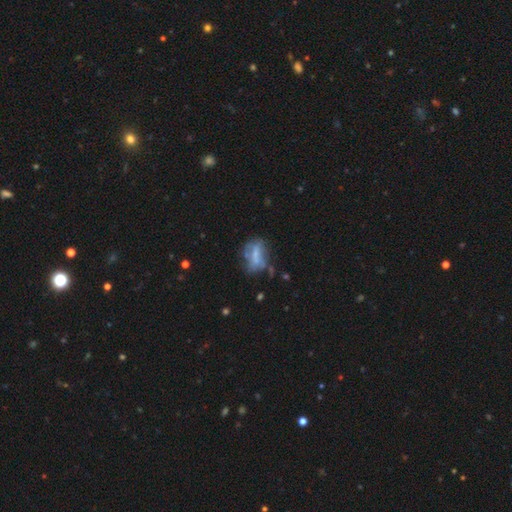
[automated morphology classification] Overall: featured or disk (51%; smooth 37%). Edge-on disk: no (93%). Merging: none (42%; minor disturbance 26%).